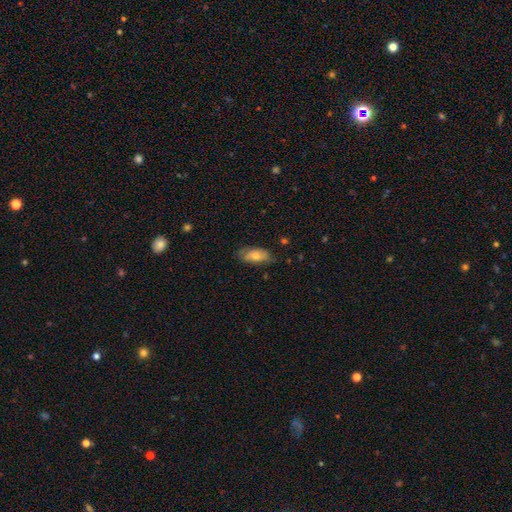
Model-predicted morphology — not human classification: This is likely a smooth galaxy (71%). How rounded: clearly in between (87%). Merging: likely none (73%).